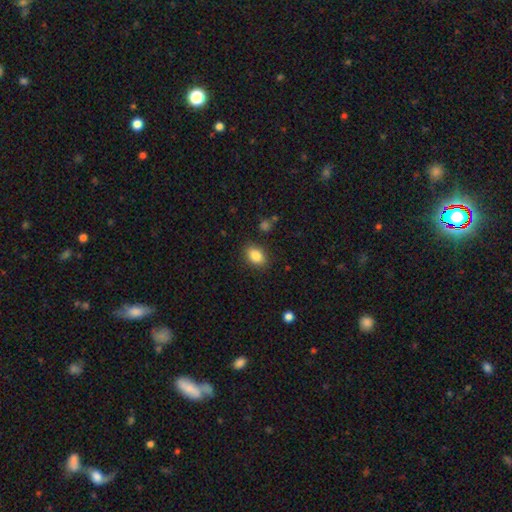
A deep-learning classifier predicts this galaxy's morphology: Smooth or featured?
  - smooth: 85% *
  - star or artifact: 9%
  - featured or disk: 6%
How rounded?
  - in between: 79% *
  - round: 19%
  - cigar-shaped: 1%
Merging?
  - none: 86% *
  - minor disturbance: 10%
  - major disturbance: 3%
  - merger: 2%